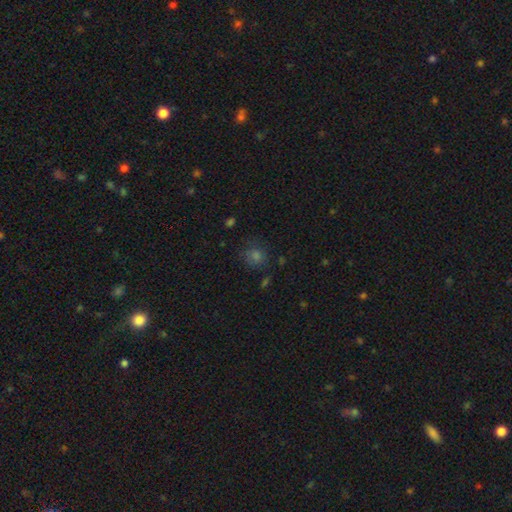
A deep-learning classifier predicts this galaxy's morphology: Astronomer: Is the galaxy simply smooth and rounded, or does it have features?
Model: smooth — 59%.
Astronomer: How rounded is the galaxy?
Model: round — 82%.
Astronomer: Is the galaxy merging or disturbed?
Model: none — 74%.